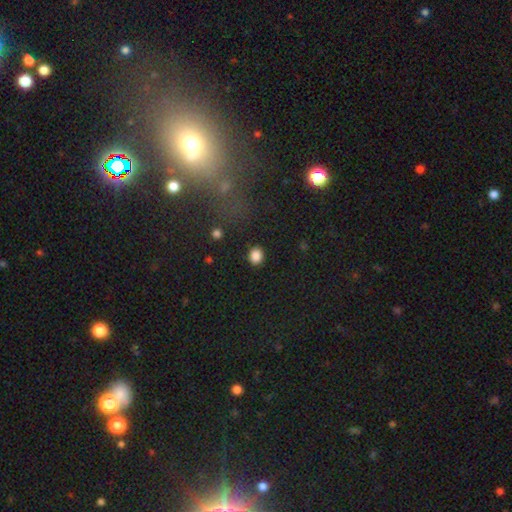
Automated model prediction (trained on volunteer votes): Morphology: type=smooth (86%); roundness=round (69%); merging=none (90%).